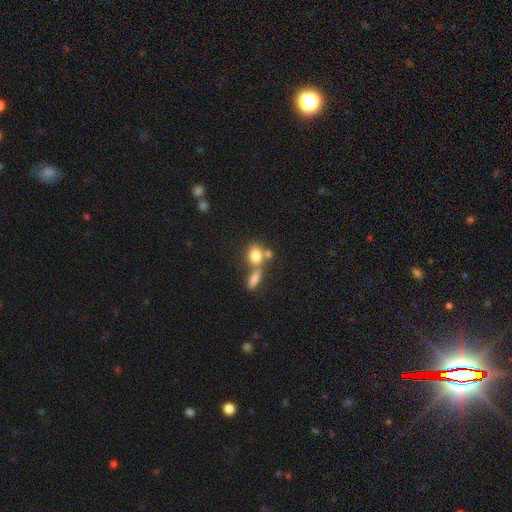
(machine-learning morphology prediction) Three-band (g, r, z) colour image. It shows a smooth galaxy with no disk features (78%) that is round (49%). Merging: merger (47%).